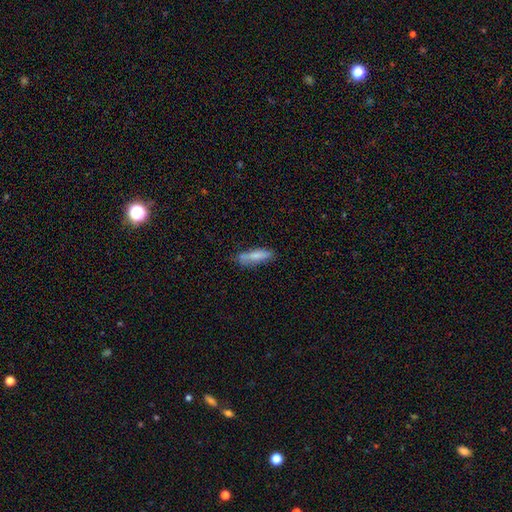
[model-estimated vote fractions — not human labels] Smooth or featured? smooth (76%)
How rounded? cigar-shaped (65%)
Merging? none (71%)